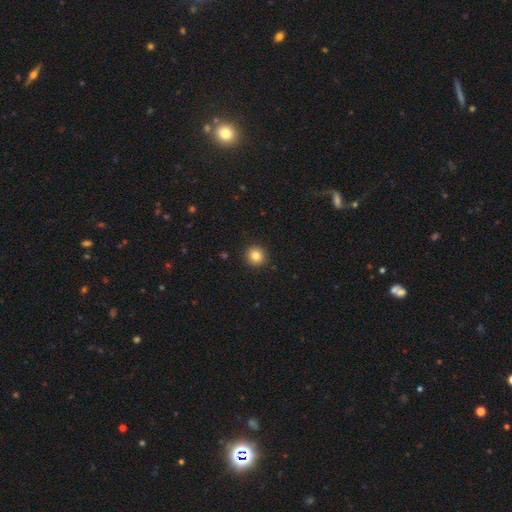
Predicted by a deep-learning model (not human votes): Morphology: type=smooth (83%); roundness=round (94%); merging=none (92%).